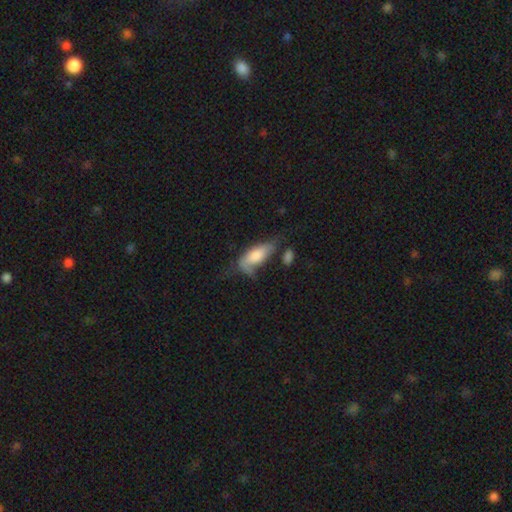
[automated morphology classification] smooth-or-featured: smooth: 69% | featured or disk: 24% | star or artifact: 7%
  how-rounded: in between: 81% | cigar-shaped: 16% | round: 3%
  merging: none: 32% | minor disturbance: 31% | major disturbance: 25% | merger: 12%